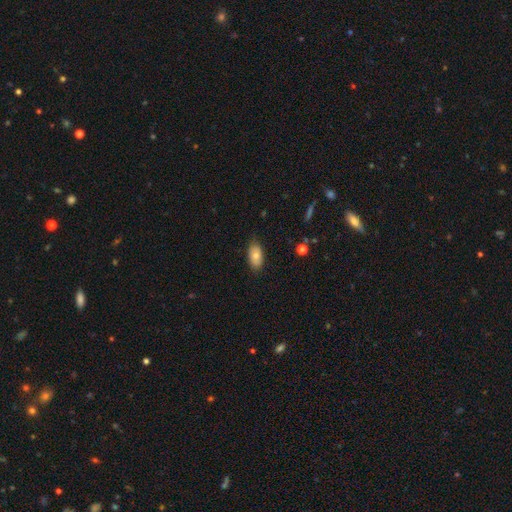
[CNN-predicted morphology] smooth_or_featured: smooth (p=0.76) [alt: featured or disk p=0.16]
how_rounded: in between (p=0.93) [alt: round p=0.04]
merging: none (p=0.81) [alt: minor disturbance p=0.16]